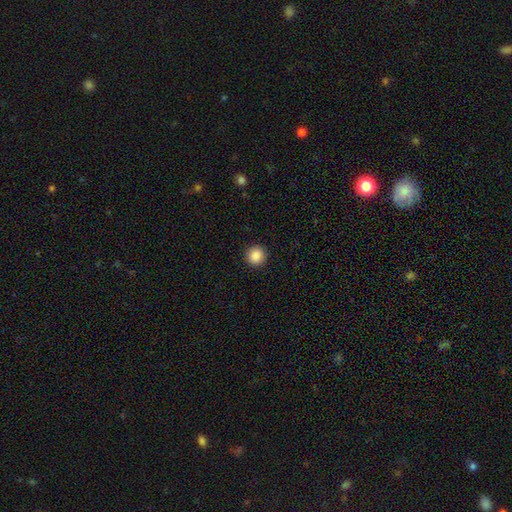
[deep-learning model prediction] Smooth or featured?
  - smooth: 87% *
  - star or artifact: 9%
  - featured or disk: 3%
How rounded?
  - round: 94% *
  - in between: 5%
  - cigar-shaped: 1%
Merging?
  - none: 93% *
  - minor disturbance: 4%
  - major disturbance: 2%
  - merger: 1%